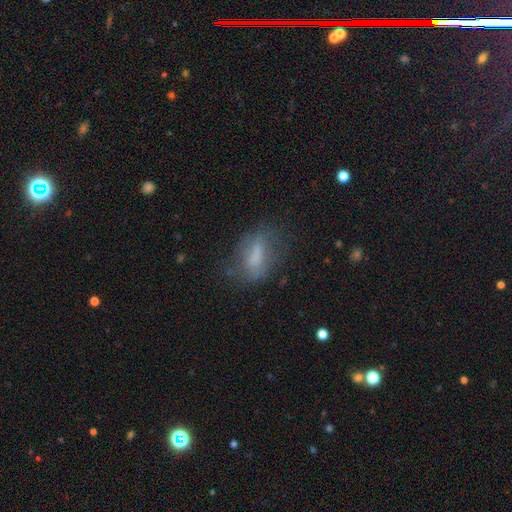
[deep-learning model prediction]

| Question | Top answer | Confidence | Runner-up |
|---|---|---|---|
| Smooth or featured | smooth | 59% | featured or disk (29%) |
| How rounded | in between | 69% | cigar-shaped (24%) |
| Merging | none | 59% | minor disturbance (23%) |